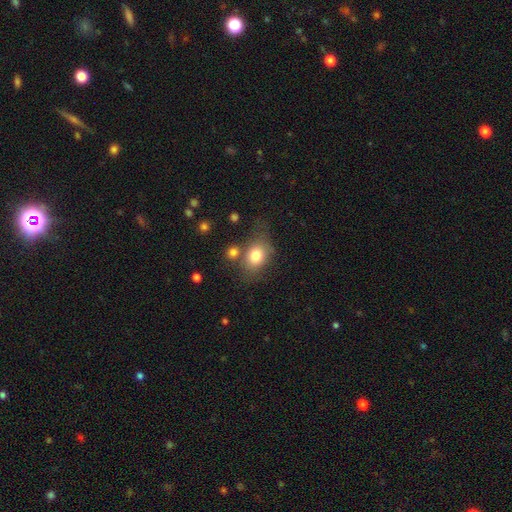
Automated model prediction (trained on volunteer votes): A smooth galaxy with no disk features (78%) that is in between round and cigar-shaped (62%).

Vote fractions:
- Smooth or featured? smooth: 78% / featured or disk: 12% / star or artifact: 10%
- How rounded? in between: 62% / round: 36% / cigar-shaped: 1%
- Merging? none: 57% / minor disturbance: 20% / merger: 14% / major disturbance: 8%